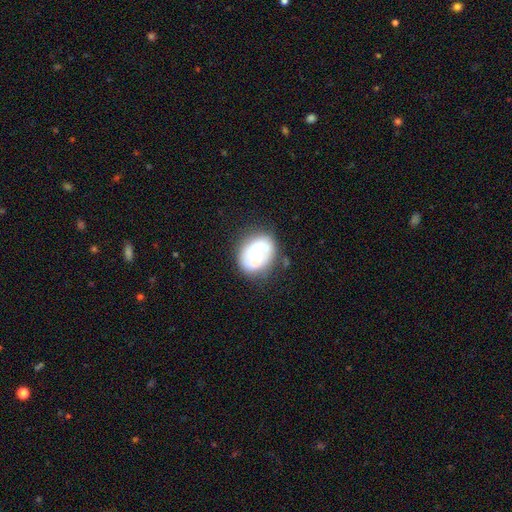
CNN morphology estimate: A featured or disk galaxy (61%) with no bar (69%), spiral arms (55%) and a moderate central bulge (52%).

Vote fractions:
- Smooth or featured? featured or disk: 61% / smooth: 31% / star or artifact: 8%
- Edge-on disk? no: 98% / yes: 2%
- Bar? no: 69% / weak: 23% / strong: 8%
- Spiral arms? yes: 55% / no: 45%
- Bulge size? moderate: 52% / small: 23% / large: 15% / none: 8% / dominant: 3%
- Merging? none: 49% / minor disturbance: 22% / major disturbance: 16% / merger: 13%